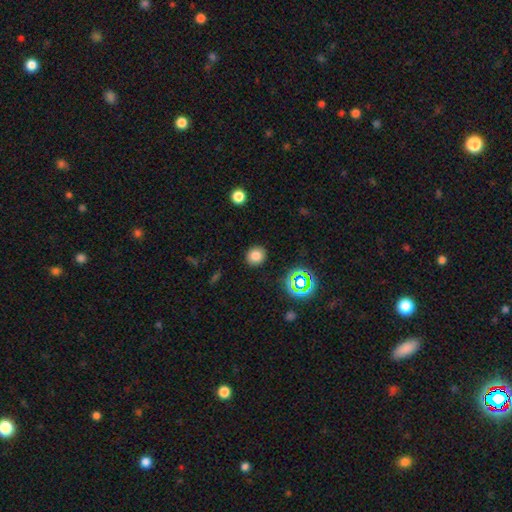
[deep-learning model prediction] Smooth or featured?
  - smooth: 79% *
  - star or artifact: 15%
  - featured or disk: 6%
How rounded?
  - round: 82% *
  - in between: 18%
  - cigar-shaped: 1%
Merging?
  - none: 89% *
  - minor disturbance: 7%
  - major disturbance: 3%
  - merger: 1%